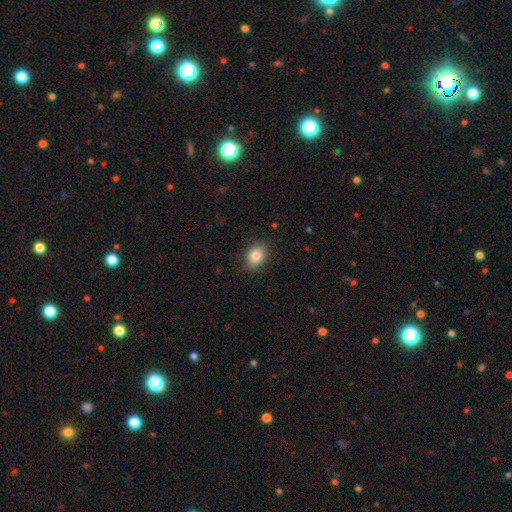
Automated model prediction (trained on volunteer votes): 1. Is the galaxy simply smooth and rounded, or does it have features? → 86% smooth, 8% star or artifact, 6% featured or disk.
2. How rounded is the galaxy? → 70% in between, 29% round, 1% cigar-shaped.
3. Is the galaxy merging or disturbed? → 82% none, 14% minor disturbance, 3% major disturbance, 1% merger.